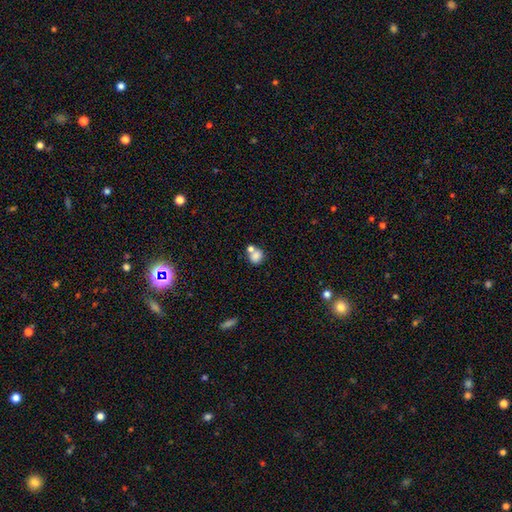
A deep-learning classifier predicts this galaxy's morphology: The model was most divided on "merging": merger: 45%, none: 40%, minor disturbance: 10%, major disturbance: 5%. More confident: smooth or featured — smooth (79%); how rounded — round (65%).